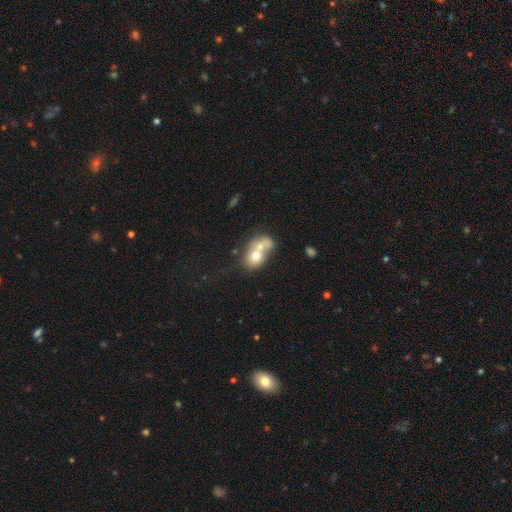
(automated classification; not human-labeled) Morphology: type=smooth (63%); roundness=in between (52%); merging=merger (73%).